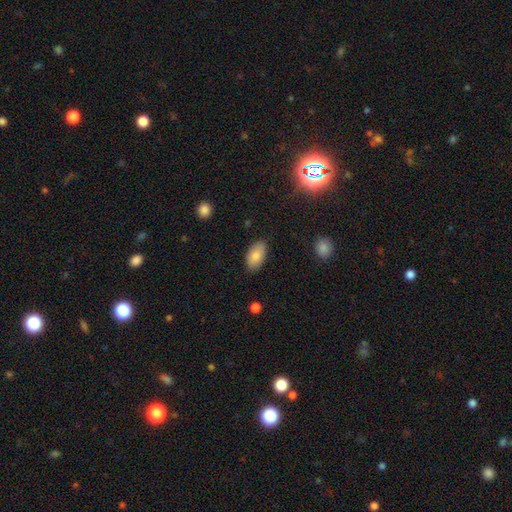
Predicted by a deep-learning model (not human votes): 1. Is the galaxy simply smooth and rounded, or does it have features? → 82% smooth, 11% featured or disk, 7% star or artifact.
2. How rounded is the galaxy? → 94% in between, 4% round, 2% cigar-shaped.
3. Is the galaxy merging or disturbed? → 85% none, 12% minor disturbance, 2% major disturbance, 1% merger.